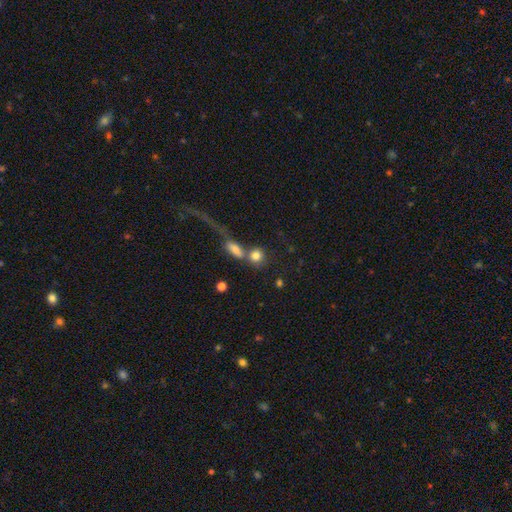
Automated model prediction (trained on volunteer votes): smooth-or-featured: smooth: 80% | star or artifact: 10% | featured or disk: 9%
  how-rounded: round: 75% | in between: 21% | cigar-shaped: 4%
  merging: none: 45% | merger: 39% | minor disturbance: 9% | major disturbance: 7%